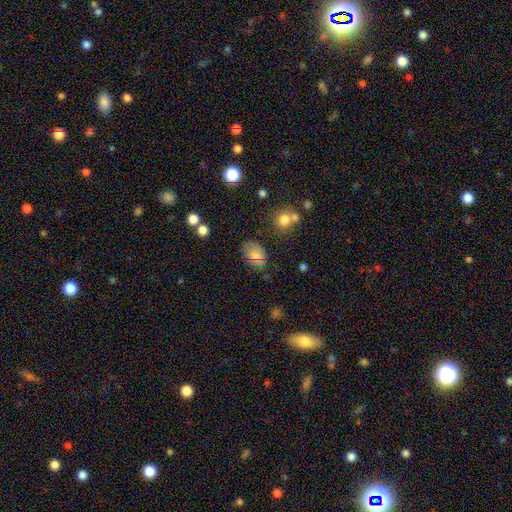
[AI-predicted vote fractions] Q: Smooth or featured?
A: smooth (78%); runner-up: star or artifact (11%)
Q: How rounded?
A: in between (86%); runner-up: round (13%)
Q: Merging?
A: none (72%); runner-up: minor disturbance (18%)